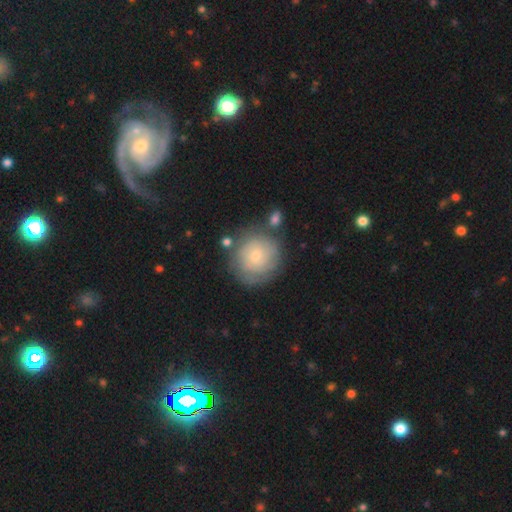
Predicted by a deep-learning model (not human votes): Q: Smooth or featured?
A: smooth (48%); runner-up: featured or disk (43%)
Q: Merging?
A: none (75%); runner-up: minor disturbance (15%)